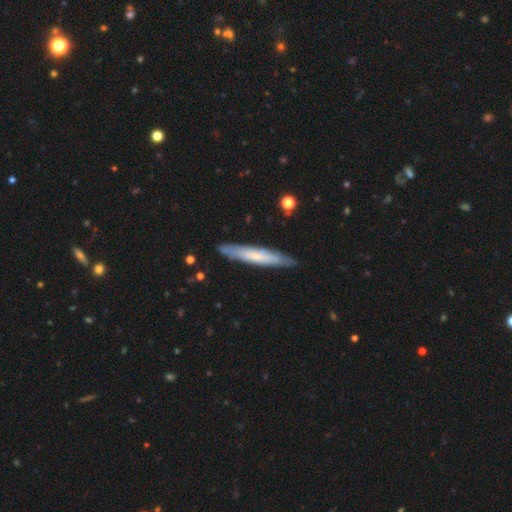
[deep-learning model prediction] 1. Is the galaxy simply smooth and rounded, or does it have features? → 50% smooth, 45% featured or disk, 5% star or artifact.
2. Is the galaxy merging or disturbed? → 87% none, 10% minor disturbance, 2% major disturbance, 1% merger.